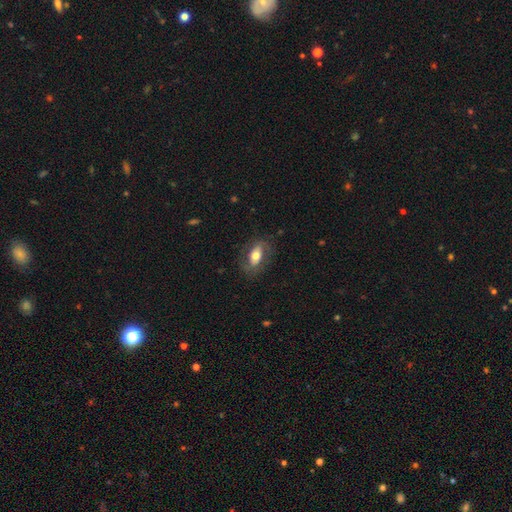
smooth 50%, featured or disk 44%, star or artifact 6%. Down the decision tree: how rounded — in between (83%); merging — none (68%).